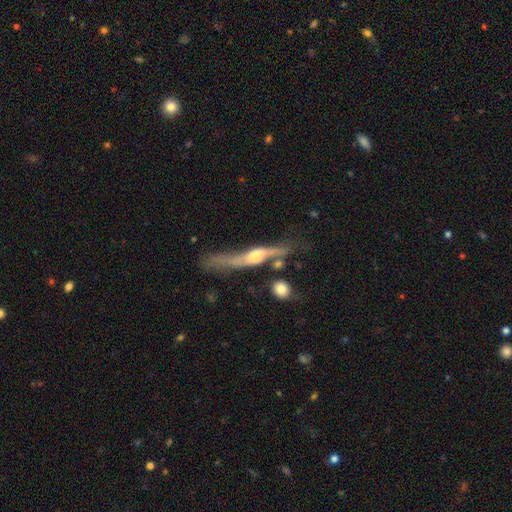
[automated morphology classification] featured or disk 73%, smooth 20%, star or artifact 7%. Down the decision tree: edge-on disk — yes (79%); edge-on bulge — rounded (82%); merging — none (43%).